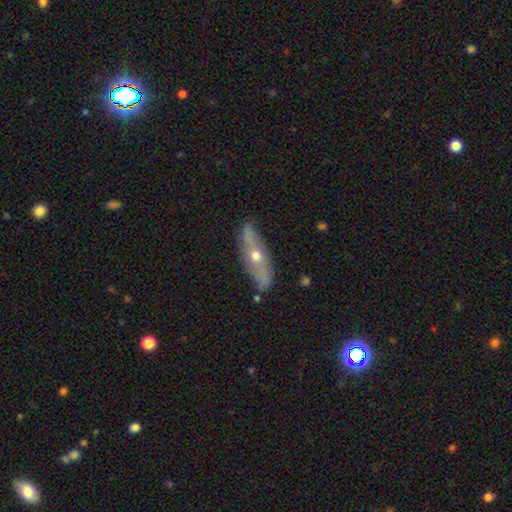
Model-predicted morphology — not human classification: Smooth or featured? featured or disk (60%)
Edge-on disk? no (58%)
Merging? none (81%)